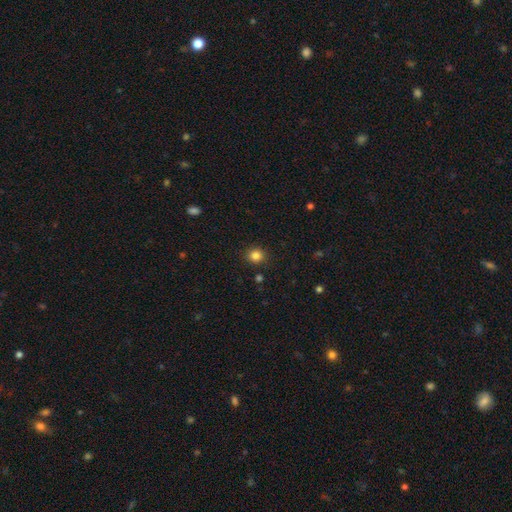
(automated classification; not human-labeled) This is clearly a smooth galaxy (83%). How rounded: clearly round (83%). Merging: clearly none (89%).